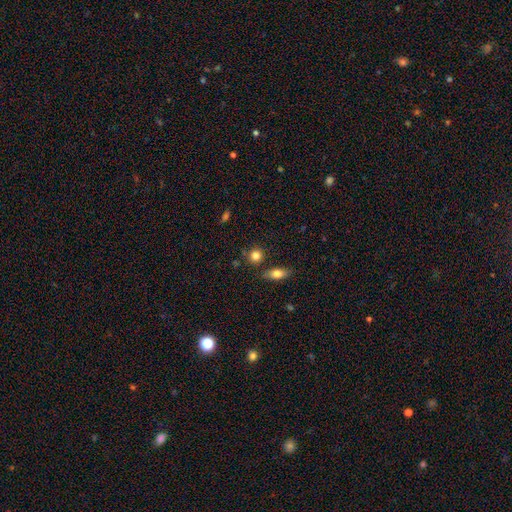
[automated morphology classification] Smooth or featured? Predicted: smooth (p=0.82). How rounded? Predicted: round (p=0.81). Merging? Predicted: none (p=0.77).